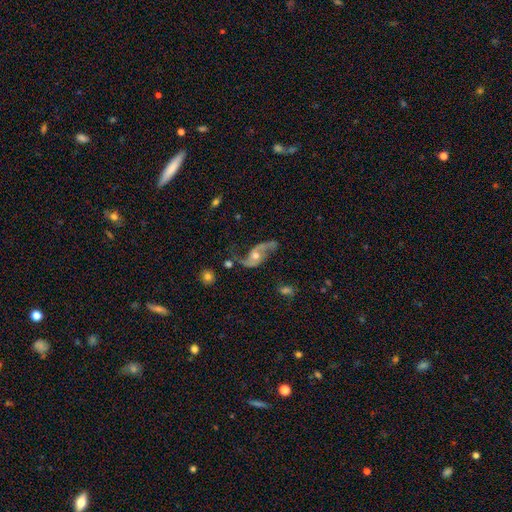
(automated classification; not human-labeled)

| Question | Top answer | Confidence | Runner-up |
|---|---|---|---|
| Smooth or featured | featured or disk | 88% | smooth (7%) |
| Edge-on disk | no | 95% | yes (5%) |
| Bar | no | 66% | weak (26%) |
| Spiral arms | yes | 95% | no (5%) |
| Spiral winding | loose | 80% | medium (15%) |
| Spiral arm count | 2 | 93% | 1 (2%) |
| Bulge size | moderate | 66% | small (26%) |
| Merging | none | 63% | minor disturbance (19%) |